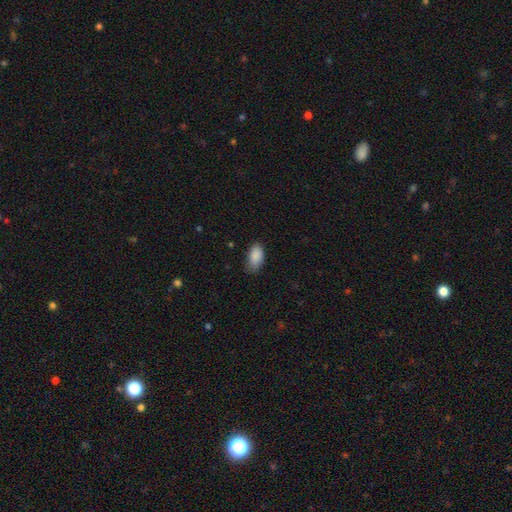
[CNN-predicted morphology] smooth-or-featured: smooth: 88% | star or artifact: 7% | featured or disk: 4%
  how-rounded: in between: 93% | cigar-shaped: 4% | round: 3%
  merging: none: 71% | minor disturbance: 24% | major disturbance: 4% | merger: 1%